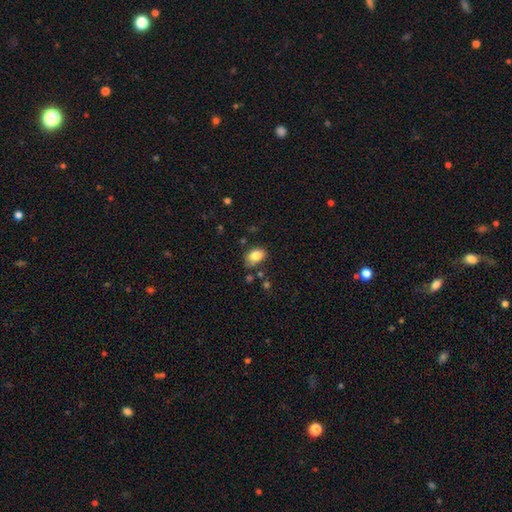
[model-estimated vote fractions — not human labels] Q: Smooth or featured?
A: smooth (83%); runner-up: star or artifact (9%)
Q: How rounded?
A: in between (82%); runner-up: round (17%)
Q: Merging?
A: none (69%); runner-up: minor disturbance (20%)